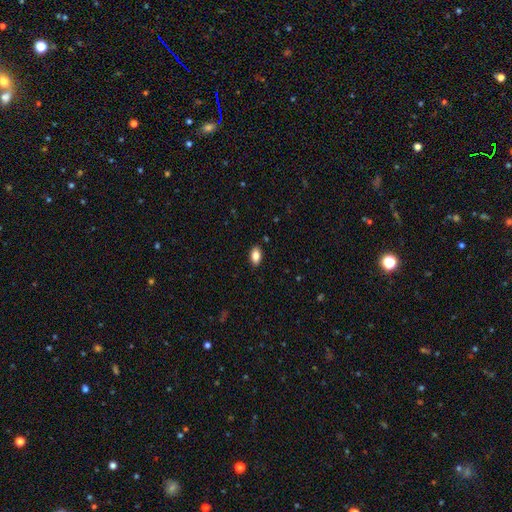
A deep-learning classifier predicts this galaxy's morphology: type=smooth (87%); roundness=in between (91%); merging=none (88%).